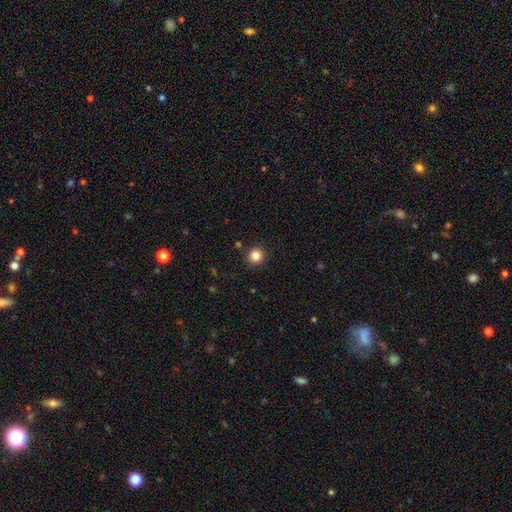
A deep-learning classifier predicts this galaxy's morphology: Q: Smooth or featured?
A: smooth (84%); runner-up: star or artifact (11%)
Q: How rounded?
A: round (94%); runner-up: in between (5%)
Q: Merging?
A: none (91%); runner-up: minor disturbance (5%)